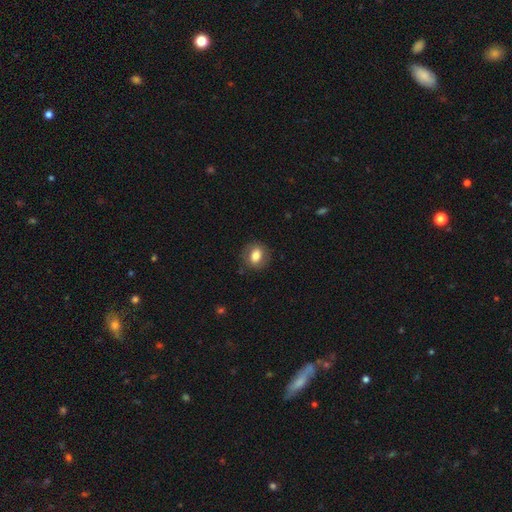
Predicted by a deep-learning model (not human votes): Smooth or featured? Predicted: smooth (p=0.75). How rounded? Predicted: round (p=0.53). Merging? Predicted: none (p=0.83).